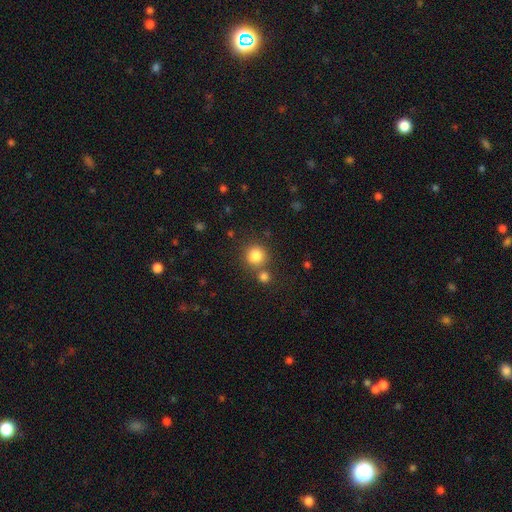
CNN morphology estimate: Smooth or featured? smooth (83%)
How rounded? round (92%)
Merging? none (71%)